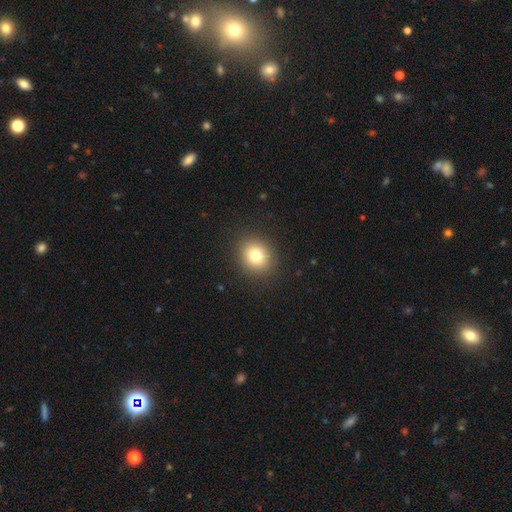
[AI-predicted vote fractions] Smooth or featured?
  - smooth: 78% *
  - star or artifact: 12%
  - featured or disk: 10%
How rounded?
  - round: 79% *
  - in between: 20%
  - cigar-shaped: 1%
Merging?
  - none: 91% *
  - minor disturbance: 6%
  - major disturbance: 3%
  - merger: 1%